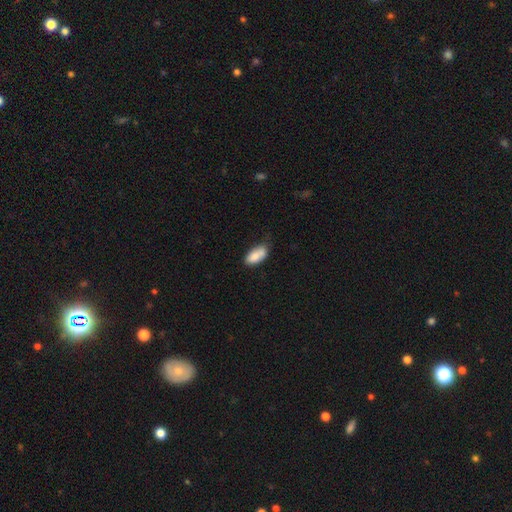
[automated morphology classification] This appears to be a smooth galaxy with no disk features (80%) that is in between round and cigar-shaped (91%). Merging: none (54%).